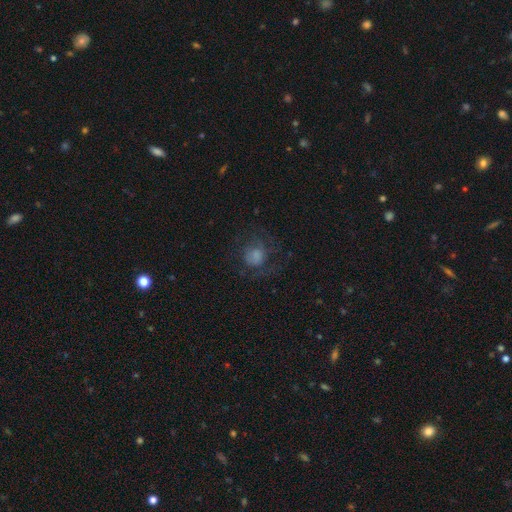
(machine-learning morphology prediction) The model was most divided on "merging": none: 50%, major disturbance: 30%, minor disturbance: 19%, merger: 2%. More confident: how rounded — round (79%); smooth or featured — smooth (58%).